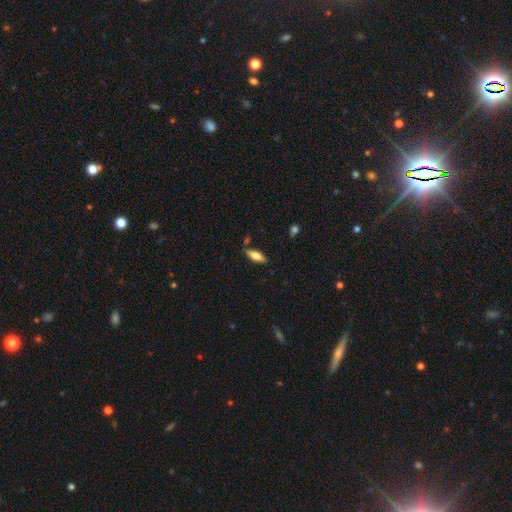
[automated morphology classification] type=smooth (68%); roundness=in between (59%); merging=none (79%).